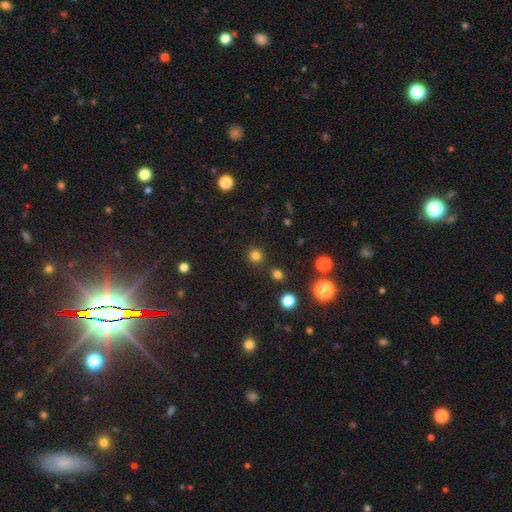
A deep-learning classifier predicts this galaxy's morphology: Smooth or featured?
  - smooth: 80% *
  - star or artifact: 16%
  - featured or disk: 4%
How rounded?
  - round: 91% *
  - in between: 8%
  - cigar-shaped: 1%
Merging?
  - none: 88% *
  - minor disturbance: 6%
  - merger: 4%
  - major disturbance: 2%